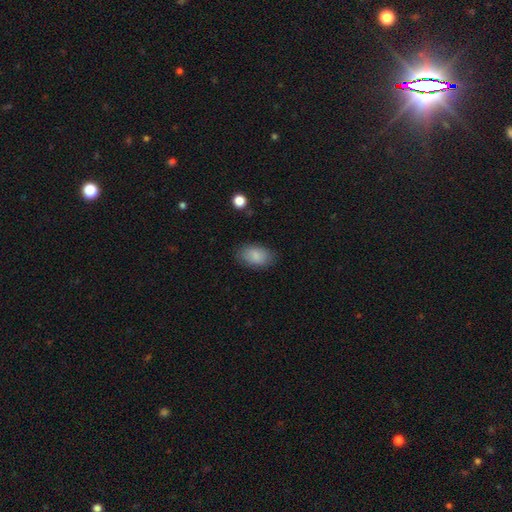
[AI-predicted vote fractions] Morphology: type=smooth (87%); roundness=in between (91%); merging=none (83%).